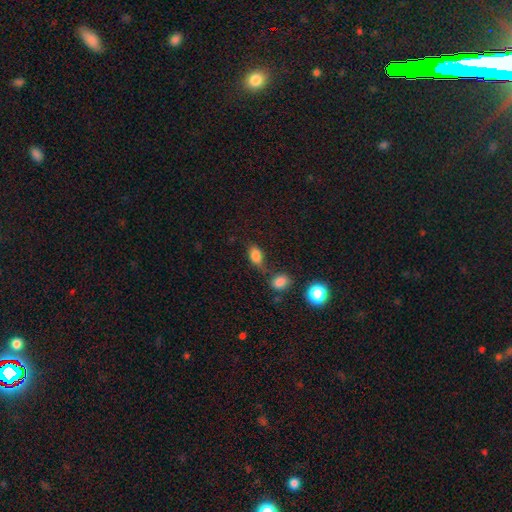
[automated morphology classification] A smooth galaxy with no disk features (82%) that is in between round and cigar-shaped (86%).

Vote fractions:
- Smooth or featured? smooth: 82% / star or artifact: 11% / featured or disk: 7%
- How rounded? in between: 86% / round: 11% / cigar-shaped: 3%
- Merging? none: 51% / minor disturbance: 22% / merger: 18% / major disturbance: 10%